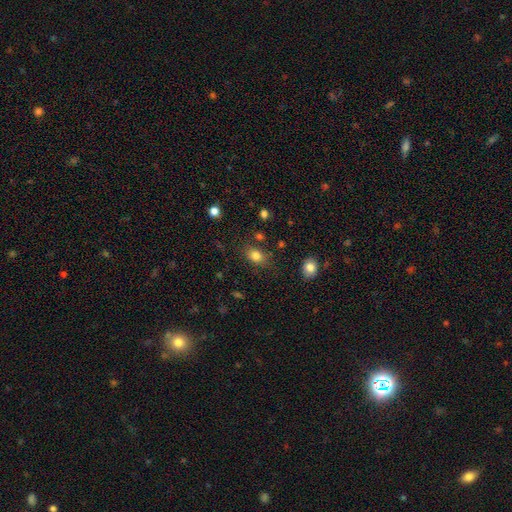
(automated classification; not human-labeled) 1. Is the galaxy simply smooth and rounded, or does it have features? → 82% smooth, 11% star or artifact, 7% featured or disk.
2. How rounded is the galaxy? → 75% in between, 24% round, 2% cigar-shaped.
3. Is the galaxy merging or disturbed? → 78% none, 14% minor disturbance, 4% major disturbance, 3% merger.